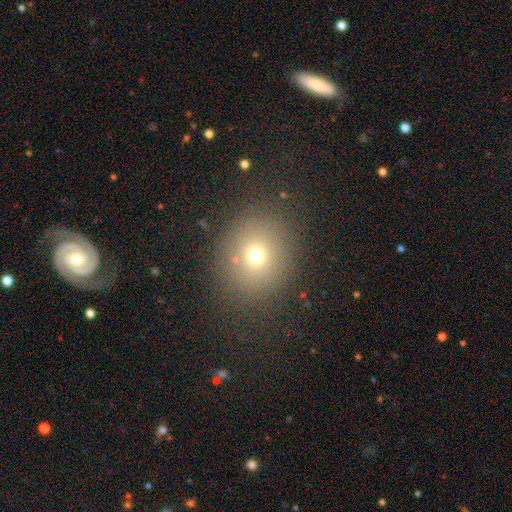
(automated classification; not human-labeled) Overall: smooth (69%). How rounded: round (78%). Merging: none (84%).